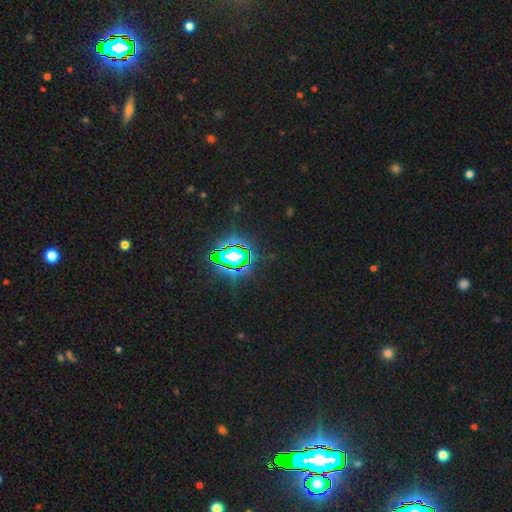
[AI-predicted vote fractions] Smooth or featured?
  - star or artifact: 81% *
  - smooth: 12%
  - featured or disk: 7%